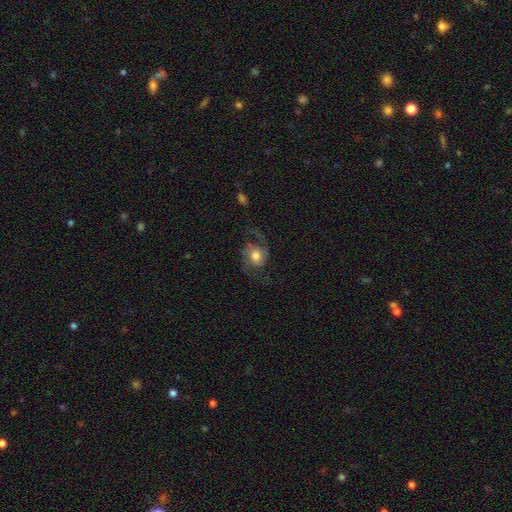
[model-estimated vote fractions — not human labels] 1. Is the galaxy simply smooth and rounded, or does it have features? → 67% featured or disk, 26% smooth, 8% star or artifact.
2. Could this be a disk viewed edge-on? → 97% no, 3% yes.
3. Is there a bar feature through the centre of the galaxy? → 70% no, 25% weak, 5% strong.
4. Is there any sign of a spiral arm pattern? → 91% yes, 9% no.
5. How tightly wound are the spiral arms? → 58% loose, 34% medium, 8% tight.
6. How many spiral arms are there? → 88% 2, 4% 1, 3% can't tell, 2% 3, 1% 4, 1% more than 4.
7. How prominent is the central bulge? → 50% moderate, 35% large, 7% small, 5% dominant, 3% none.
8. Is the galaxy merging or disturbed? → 58% none, 23% major disturbance, 18% minor disturbance, 2% merger.